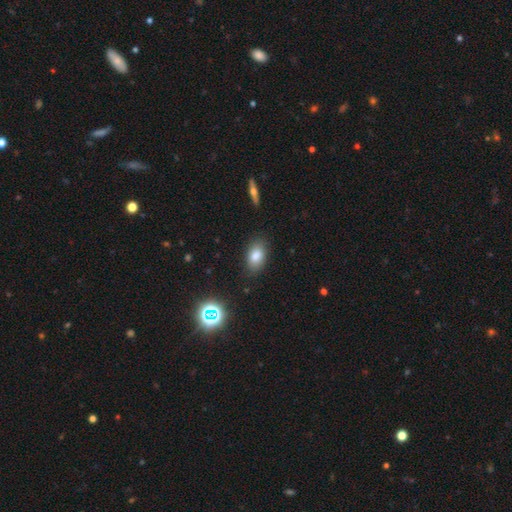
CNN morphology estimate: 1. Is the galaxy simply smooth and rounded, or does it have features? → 82% smooth, 10% star or artifact, 8% featured or disk.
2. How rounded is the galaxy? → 89% in between, 9% round, 2% cigar-shaped.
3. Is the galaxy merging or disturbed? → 84% none, 12% minor disturbance, 3% major disturbance, 1% merger.